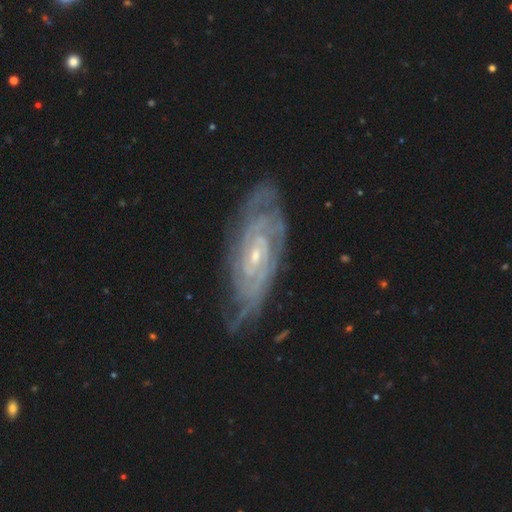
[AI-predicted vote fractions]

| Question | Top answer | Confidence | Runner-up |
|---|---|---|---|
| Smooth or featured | featured or disk | 87% | smooth (7%) |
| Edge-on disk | no | 91% | yes (9%) |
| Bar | no | 58% | weak (32%) |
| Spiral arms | yes | 96% | no (4%) |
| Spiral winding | tight | 75% | medium (21%) |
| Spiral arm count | can't tell | 35% | 2 (22%) |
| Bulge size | small | 79% | moderate (17%) |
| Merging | none | 72% | minor disturbance (20%) |